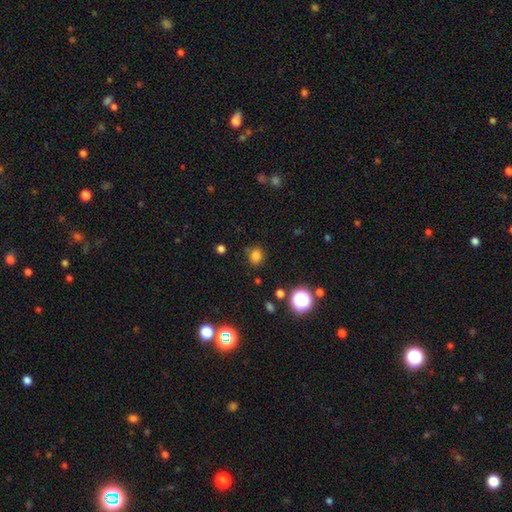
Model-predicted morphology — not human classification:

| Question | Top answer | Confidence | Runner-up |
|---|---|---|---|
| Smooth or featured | smooth | 78% | star or artifact (17%) |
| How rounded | round | 73% | in between (26%) |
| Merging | none | 78% | minor disturbance (15%) |